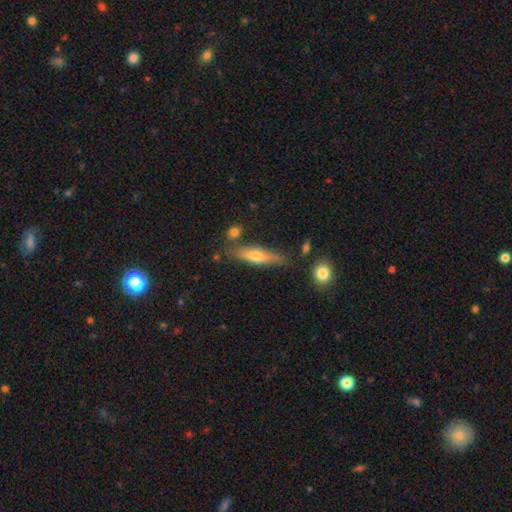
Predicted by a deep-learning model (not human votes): A smooth galaxy with no disk features (50%) that is cigar-shaped (76%). Merging: none (76%).